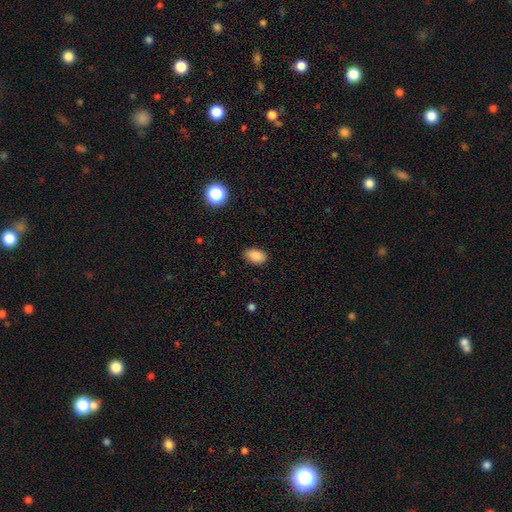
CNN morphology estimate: smooth-or-featured: smooth: 85% | star or artifact: 9% | featured or disk: 6%
  how-rounded: in between: 88% | round: 11% | cigar-shaped: 1%
  merging: none: 87% | minor disturbance: 9% | major disturbance: 2% | merger: 1%